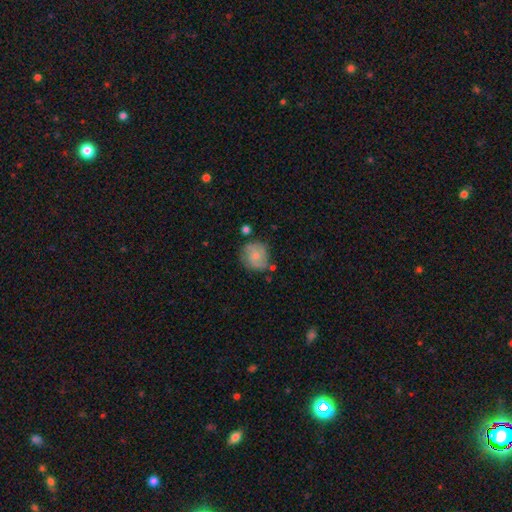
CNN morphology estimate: smooth 61%, featured or disk 32%, star or artifact 7%. Down the decision tree: how rounded — round (83%); merging — none (64%).